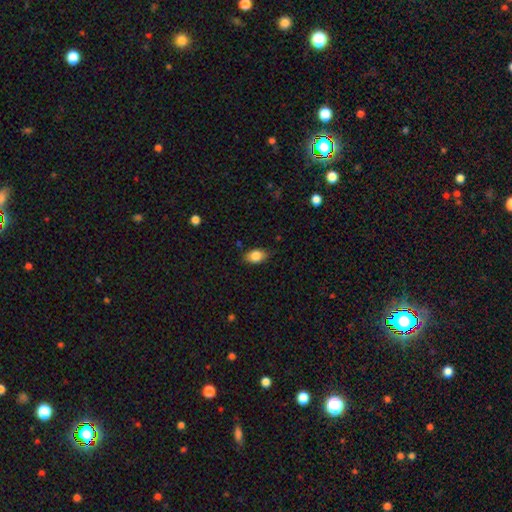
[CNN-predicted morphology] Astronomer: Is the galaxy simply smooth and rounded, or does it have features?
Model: smooth — 85%.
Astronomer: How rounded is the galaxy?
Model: in between — 83%.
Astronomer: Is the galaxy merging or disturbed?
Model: none — 80%.